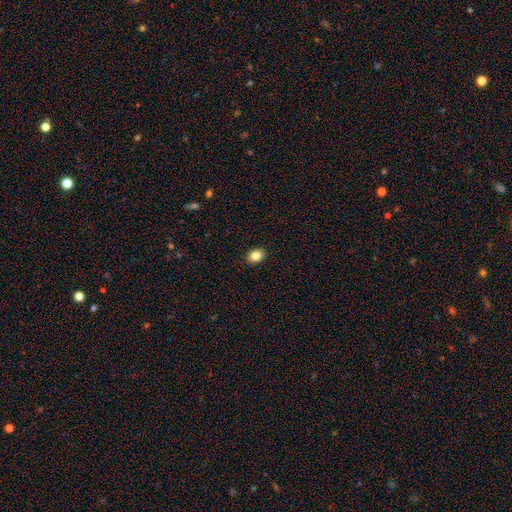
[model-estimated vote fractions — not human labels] smooth 84%, star or artifact 10%, featured or disk 6%. Down the decision tree: how rounded — in between (62%); merging — none (91%).